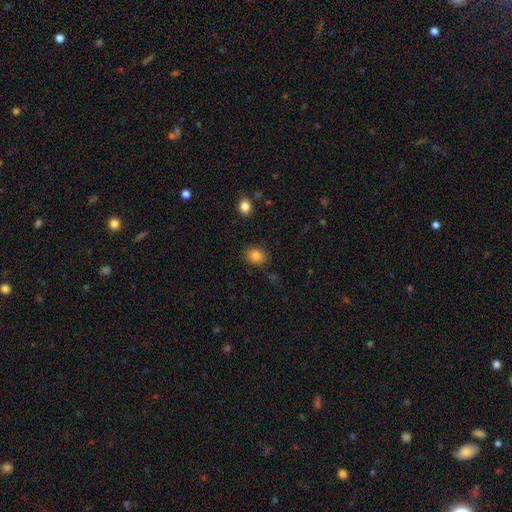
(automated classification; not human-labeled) Smooth or featured?
  - smooth: 83% *
  - star or artifact: 9%
  - featured or disk: 7%
How rounded?
  - in between: 62% *
  - round: 37%
  - cigar-shaped: 1%
Merging?
  - none: 86% *
  - minor disturbance: 10%
  - major disturbance: 2%
  - merger: 2%